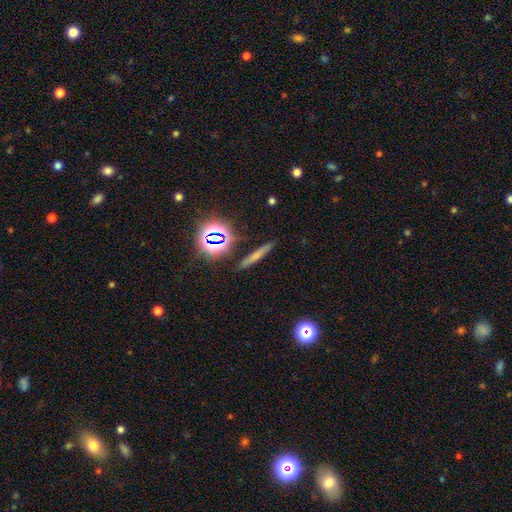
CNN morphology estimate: Smooth or featured?
  - smooth: 56% *
  - featured or disk: 23%
  - star or artifact: 21%
How rounded?
  - cigar-shaped: 86% *
  - round: 7%
  - in between: 7%
Merging?
  - none: 85% *
  - minor disturbance: 9%
  - merger: 3%
  - major disturbance: 3%